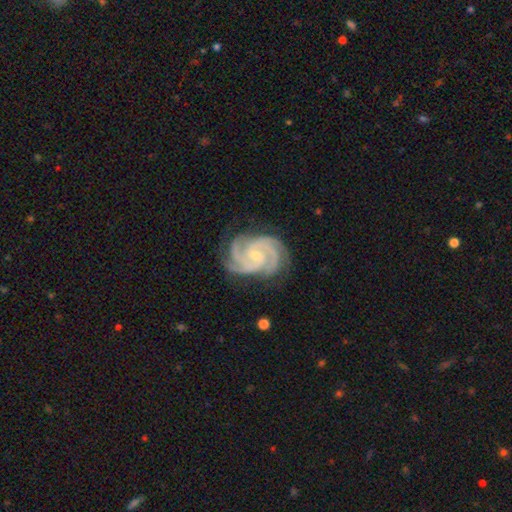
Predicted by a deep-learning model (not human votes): A featured or disk galaxy (94%) with no bar (60%), 3 (57%) tight (69%) spiral arms (99%) and a small central bulge (66%). Merging: none (79%).